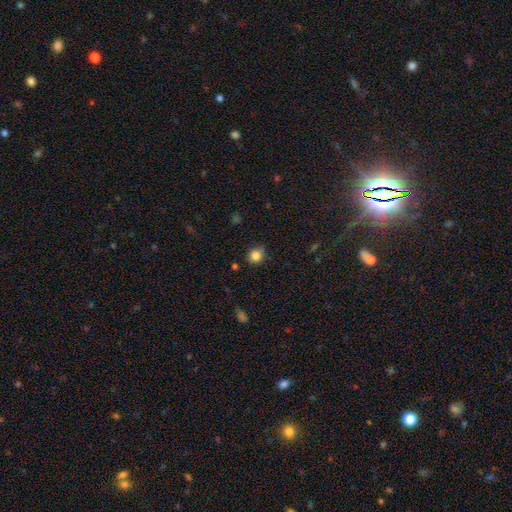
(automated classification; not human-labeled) smooth 84%, star or artifact 12%, featured or disk 5%. Down the decision tree: how rounded — round (82%); merging — none (73%).